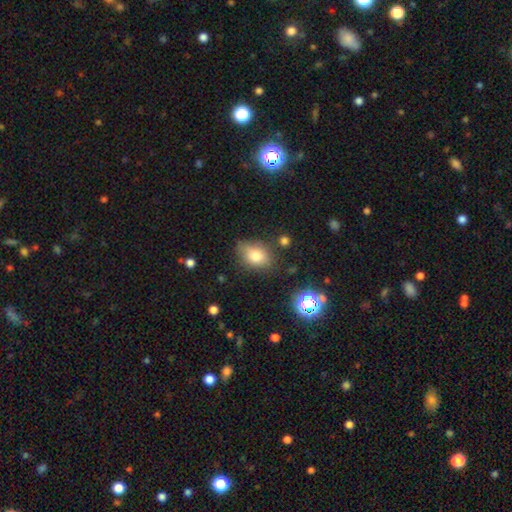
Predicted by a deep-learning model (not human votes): This appears to be a smooth galaxy with no disk features (77%) that is in between round and cigar-shaped (74%). Merging: none (71%).